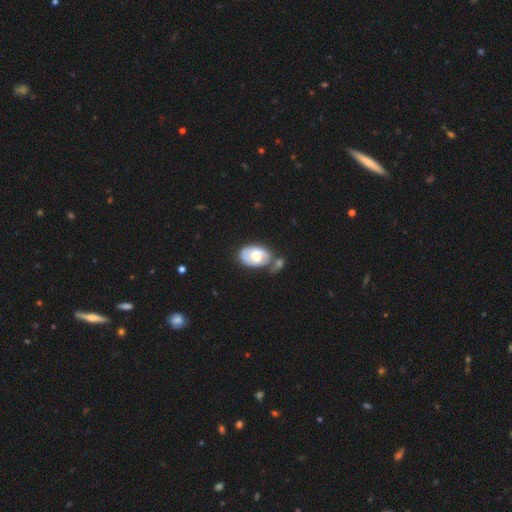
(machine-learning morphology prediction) Smooth or featured?
  - featured or disk: 59% *
  - smooth: 35%
  - star or artifact: 6%
Edge-on disk?
  - no: 96% *
  - yes: 4%
Bar?
  - no: 52% *
  - weak: 38%
  - strong: 10%
Spiral arms?
  - yes: 74% *
  - no: 26%
Bulge size?
  - moderate: 54% *
  - large: 30%
  - small: 11%
  - none: 3%
  - dominant: 3%
Merging?
  - none: 37% *
  - merger: 30%
  - minor disturbance: 21%
  - major disturbance: 12%